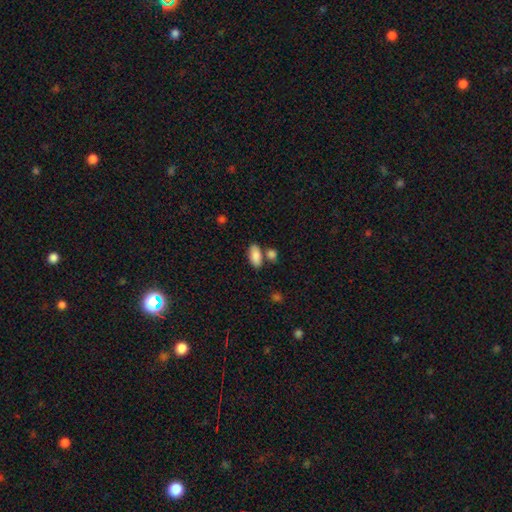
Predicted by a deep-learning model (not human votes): Smooth or featured? Predicted: smooth (p=0.87). How rounded? Predicted: in between (p=0.90). Merging? Predicted: none (p=0.65).